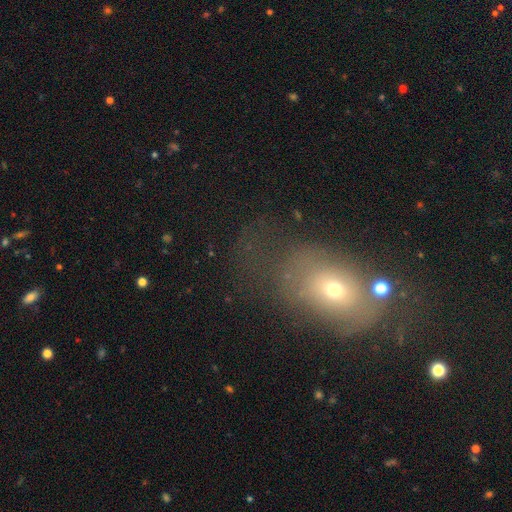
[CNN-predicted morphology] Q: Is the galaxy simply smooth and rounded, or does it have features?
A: featured or disk — 41%.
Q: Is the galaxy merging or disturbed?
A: none — 58%.